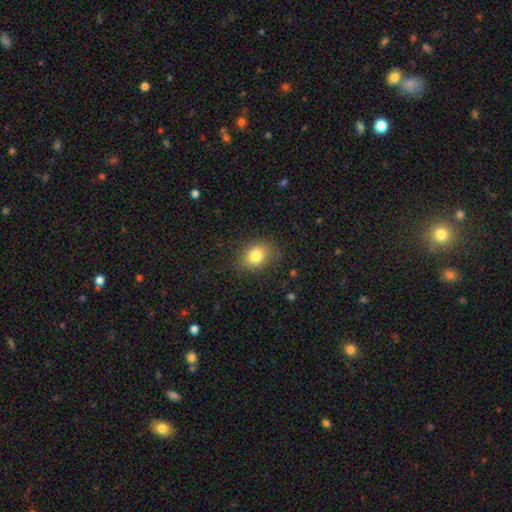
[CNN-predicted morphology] This appears to be a smooth galaxy with no disk features (80%) that is in between round and cigar-shaped (59%). Merging: none (77%).